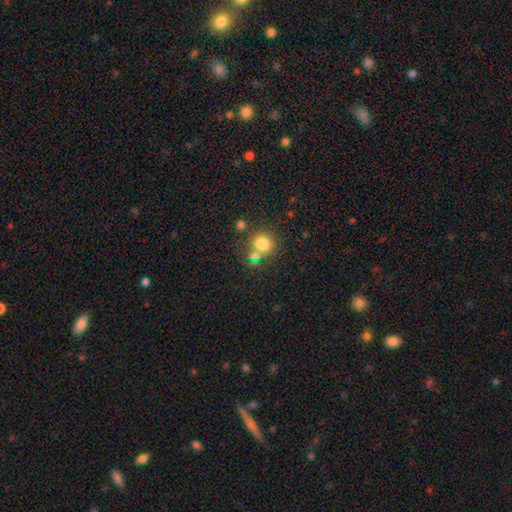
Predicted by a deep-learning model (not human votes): This is likely a smooth galaxy (74%). How rounded: clearly round (87%). Merging: likely none (65%).